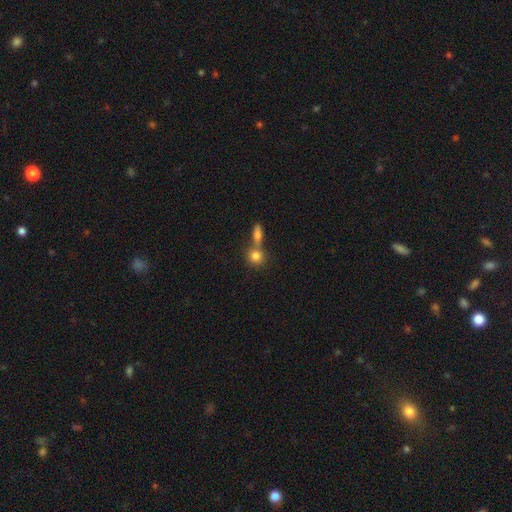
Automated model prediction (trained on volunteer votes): A smooth galaxy with no disk features (80%) that is round (76%).

Vote fractions:
- Smooth or featured? smooth: 80% / featured or disk: 10% / star or artifact: 10%
- How rounded? round: 76% / in between: 21% / cigar-shaped: 3%
- Merging? none: 46% / merger: 43% / minor disturbance: 8% / major disturbance: 3%